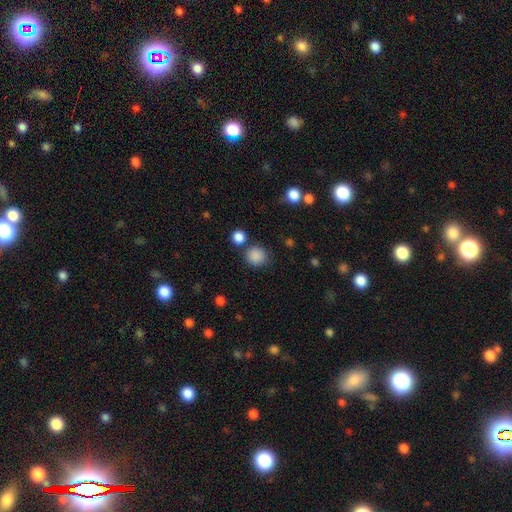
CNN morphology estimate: Smooth or featured? Predicted: smooth (p=0.86). How rounded? Predicted: round (p=0.86). Merging? Predicted: none (p=0.78).